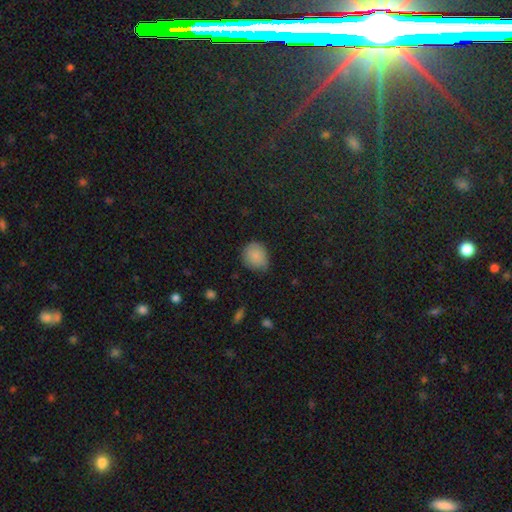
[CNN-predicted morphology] A smooth galaxy with no disk features (85%) that is round (71%). Merging: none (66%).